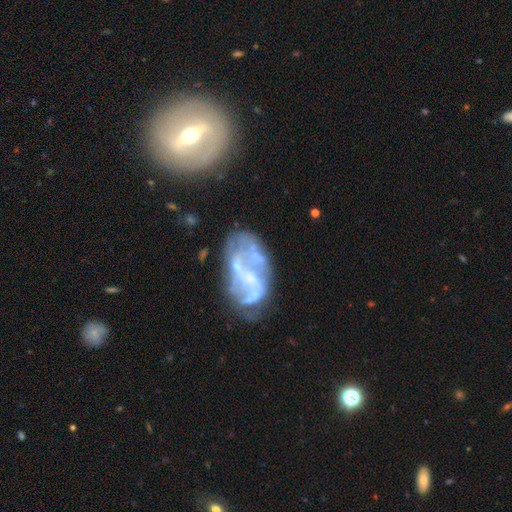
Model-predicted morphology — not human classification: A featured or disk galaxy (72%) with no bar (68%), no spiral arms (67%) and no central bulge (53%). Merging: none (38%).